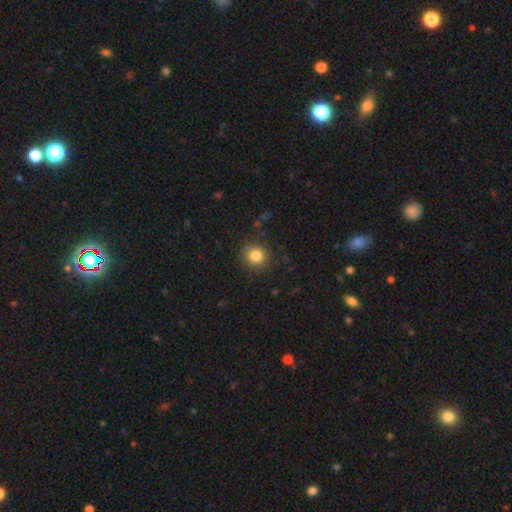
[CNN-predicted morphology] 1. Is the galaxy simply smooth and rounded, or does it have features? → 83% smooth, 11% star or artifact, 6% featured or disk.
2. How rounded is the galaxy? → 87% round, 12% in between, 1% cigar-shaped.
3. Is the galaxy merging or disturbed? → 86% none, 9% minor disturbance, 3% major disturbance, 1% merger.